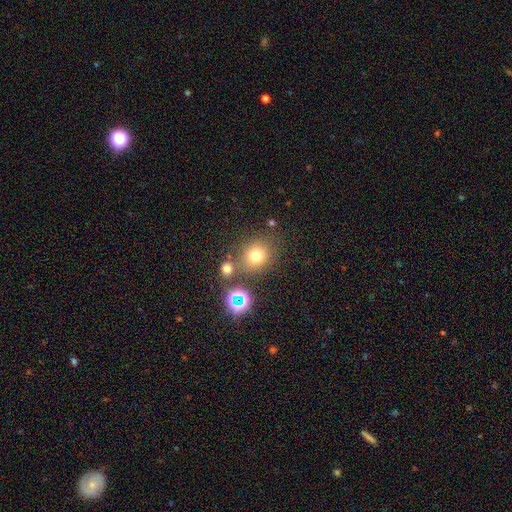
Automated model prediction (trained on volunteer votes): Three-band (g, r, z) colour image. It shows a smooth galaxy with no disk features (71%) that is round (79%). Merging: none (71%).